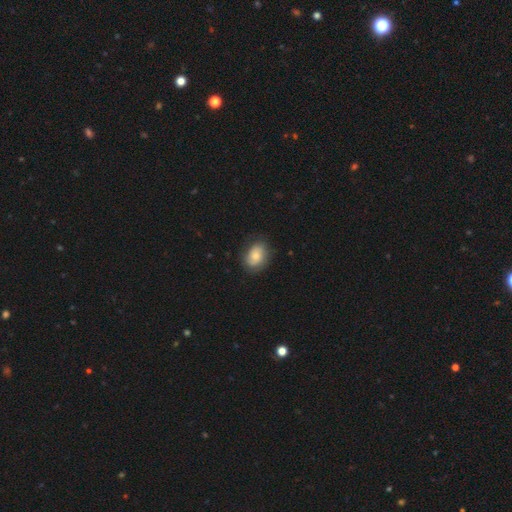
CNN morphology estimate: smooth-or-featured: smooth: 70% | featured or disk: 22% | star or artifact: 8%
  how-rounded: in between: 71% | round: 28% | cigar-shaped: 1%
  merging: none: 76% | minor disturbance: 18% | major disturbance: 5% | merger: 1%